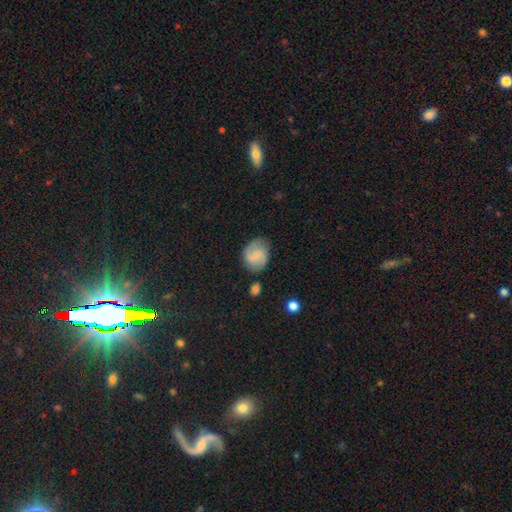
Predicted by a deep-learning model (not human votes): Smooth or featured? Predicted: smooth (p=0.51). How rounded? Predicted: round (p=0.54). Merging? Predicted: none (p=0.67).